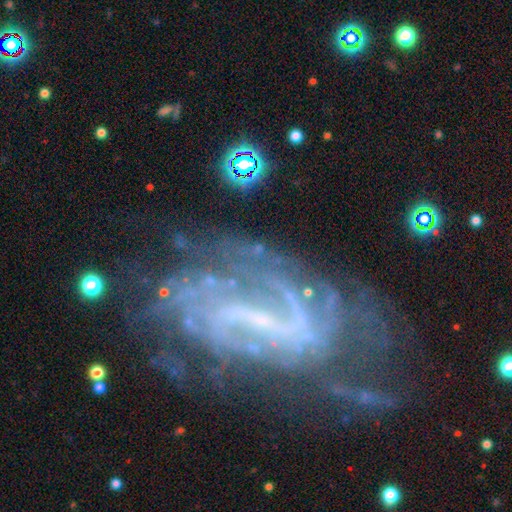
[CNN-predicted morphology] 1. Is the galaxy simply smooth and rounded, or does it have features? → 86% featured or disk, 8% star or artifact, 5% smooth.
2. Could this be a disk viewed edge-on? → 96% no, 4% yes.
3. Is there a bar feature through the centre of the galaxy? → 50% strong, 35% weak, 14% no.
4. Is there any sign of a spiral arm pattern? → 92% yes, 8% no.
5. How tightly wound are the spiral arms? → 43% medium, 29% tight, 28% loose.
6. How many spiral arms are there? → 49% 2, 22% can't tell, 10% 3, 7% 1, 6% 4, 6% more than 4.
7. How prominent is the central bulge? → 59% small, 27% none, 12% moderate, 2% large, 1% dominant.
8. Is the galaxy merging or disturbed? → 52% none, 22% major disturbance, 22% minor disturbance, 4% merger.